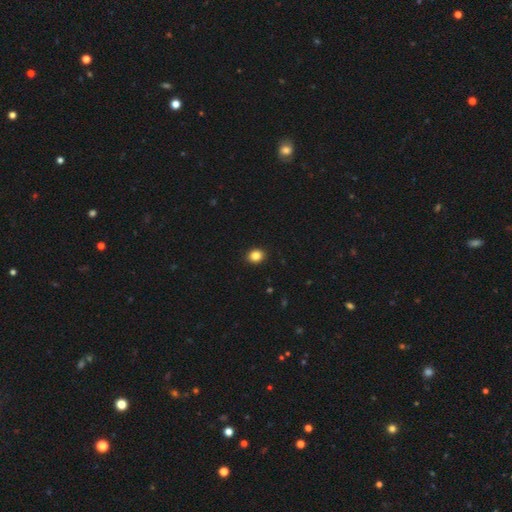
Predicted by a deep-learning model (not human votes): This is clearly a smooth galaxy (85%). How rounded: likely round (70%). Merging: clearly none (92%).